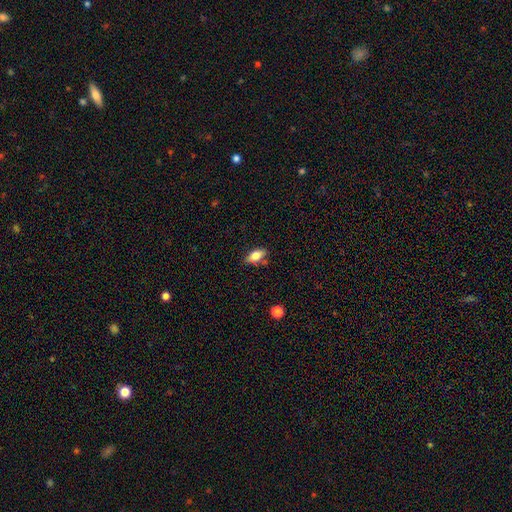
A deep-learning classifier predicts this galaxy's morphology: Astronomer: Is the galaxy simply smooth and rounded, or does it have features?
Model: smooth — 69%.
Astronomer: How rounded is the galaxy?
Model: in between — 84%.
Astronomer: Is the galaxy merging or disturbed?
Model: none — 74%.